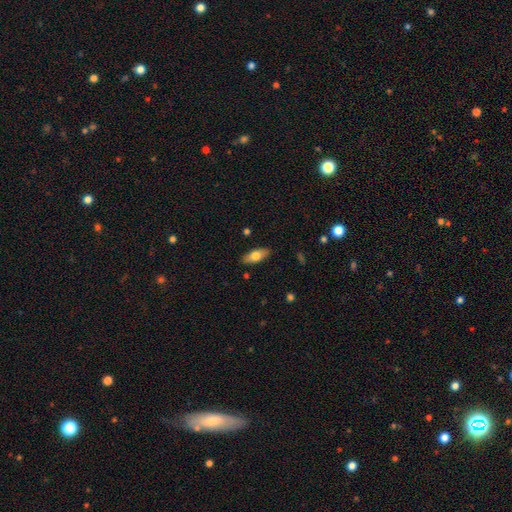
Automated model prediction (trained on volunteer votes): Smooth or featured? smooth (69%)
How rounded? in between (80%)
Merging? none (88%)